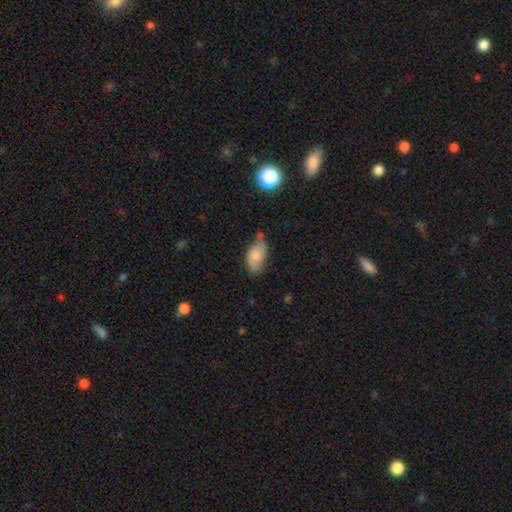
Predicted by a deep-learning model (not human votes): smooth 70%, featured or disk 21%, star or artifact 8%. Down the decision tree: how rounded — in between (92%); merging — none (49%).